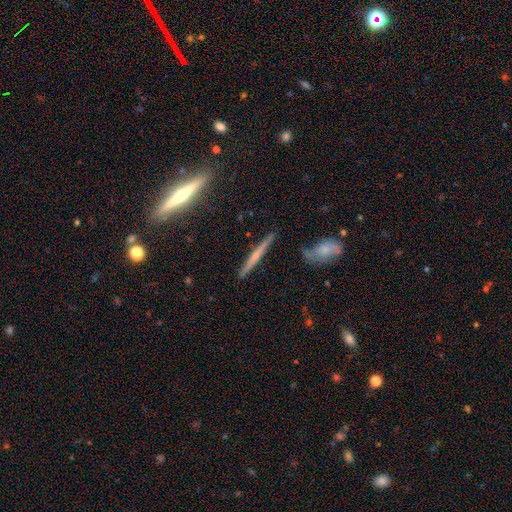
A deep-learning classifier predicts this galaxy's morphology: This is possibly a featured or disk galaxy (59%). It is clearly viewed edge-on (97%). Edge-on bulge: possibly rounded (48%). Merging: clearly none (87%).